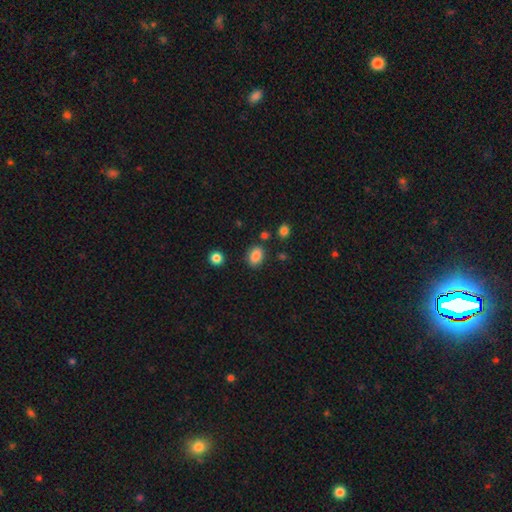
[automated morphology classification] smooth-or-featured: smooth: 86% | star or artifact: 9% | featured or disk: 4%
  how-rounded: in between: 78% | round: 21% | cigar-shaped: 1%
  merging: none: 83% | minor disturbance: 11% | merger: 4% | major disturbance: 3%